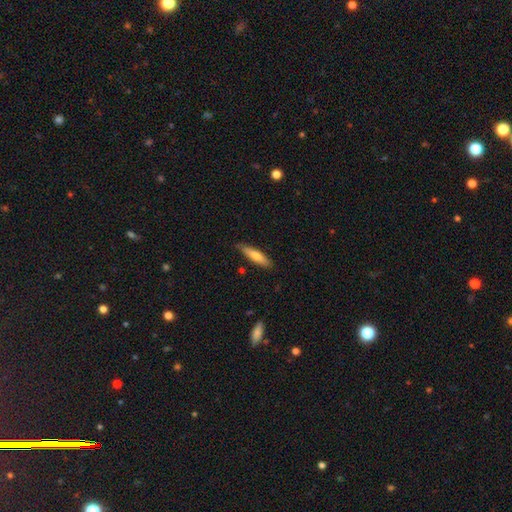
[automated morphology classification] smooth 68%, featured or disk 26%, star or artifact 6%. Down the decision tree: how rounded — cigar-shaped (77%); merging — none (83%).